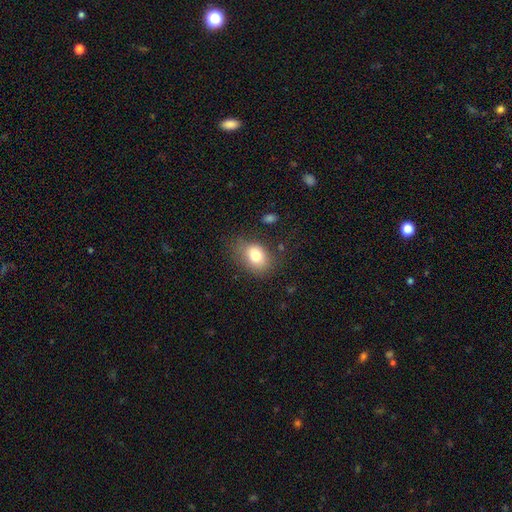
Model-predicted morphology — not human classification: A smooth galaxy with no disk features (77%) that is in between round and cigar-shaped (69%). Merging: none (63%).